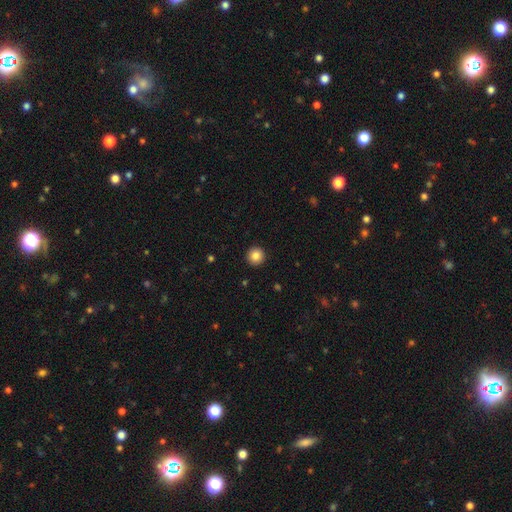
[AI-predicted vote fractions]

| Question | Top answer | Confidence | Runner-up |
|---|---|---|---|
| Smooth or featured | smooth | 86% | star or artifact (9%) |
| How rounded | round | 96% | in between (3%) |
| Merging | none | 93% | minor disturbance (4%) |